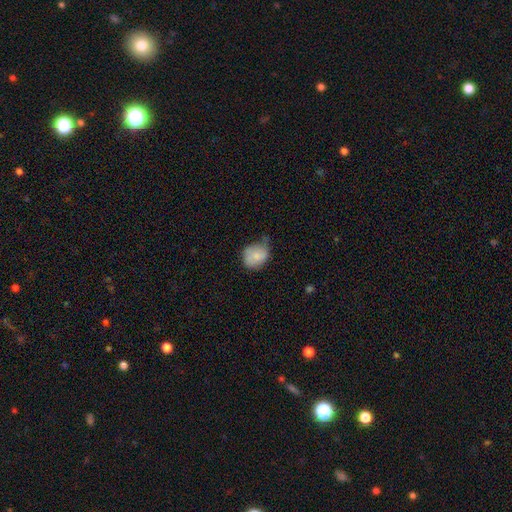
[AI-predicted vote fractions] Smooth or featured? smooth (76%)
How rounded? round (55%)
Merging? minor disturbance (44%)